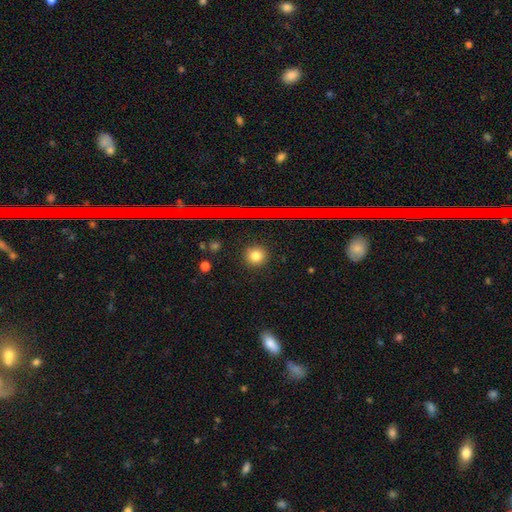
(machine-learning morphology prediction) type=smooth (81%); roundness=round (93%); merging=none (91%).